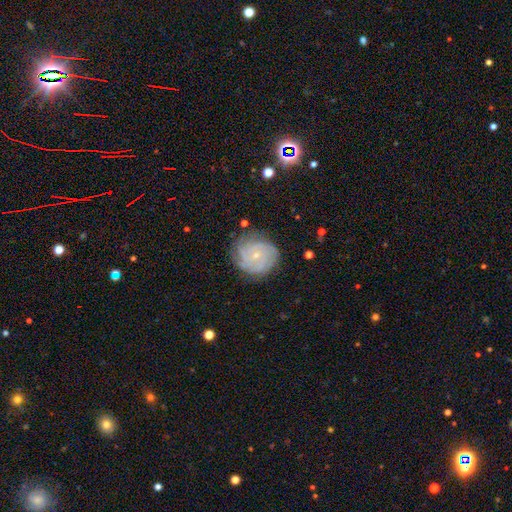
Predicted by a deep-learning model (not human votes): A featured or disk galaxy (73%) with no bar (71%), tight (72%) spiral arms (93%) and a small central bulge (81%).

Vote fractions:
- Smooth or featured? featured or disk: 73% / smooth: 19% / star or artifact: 8%
- Edge-on disk? no: 98% / yes: 2%
- Bar? no: 71% / weak: 25% / strong: 4%
- Spiral arms? yes: 93% / no: 7%
- Spiral winding? tight: 72% / medium: 23% / loose: 6%
- Spiral arm count? can't tell: 35% / 3: 21% / 4: 18% / 2: 13% / more than 4: 7% / 1: 6%
- Bulge size? small: 81% / moderate: 14% / none: 3% / large: 1% / dominant: 1%
- Merging? none: 78% / minor disturbance: 16% / major disturbance: 5% / merger: 1%